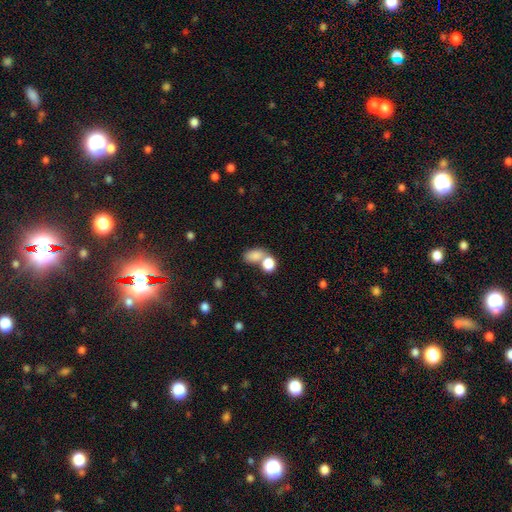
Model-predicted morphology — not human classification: smooth_or_featured: smooth (p=0.81) [alt: star or artifact p=0.10]
how_rounded: in between (p=0.78) [alt: round p=0.21]
merging: merger (p=0.48) [alt: none p=0.36]